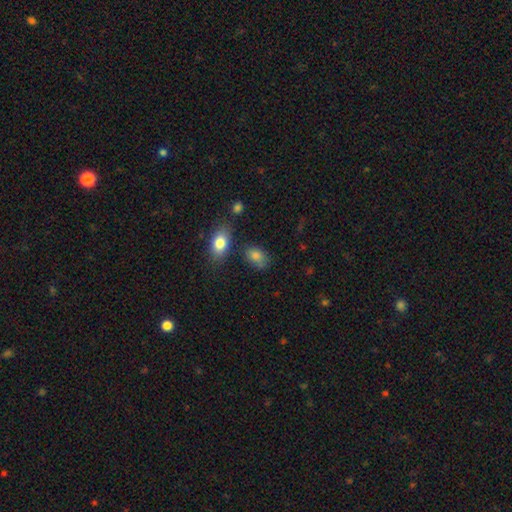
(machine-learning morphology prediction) A smooth galaxy with no disk features (83%) that is in between round and cigar-shaped (81%).

Vote fractions:
- Smooth or featured? smooth: 83% / star or artifact: 10% / featured or disk: 8%
- How rounded? in between: 81% / round: 17% / cigar-shaped: 2%
- Merging? none: 65% / minor disturbance: 21% / merger: 8% / major disturbance: 6%